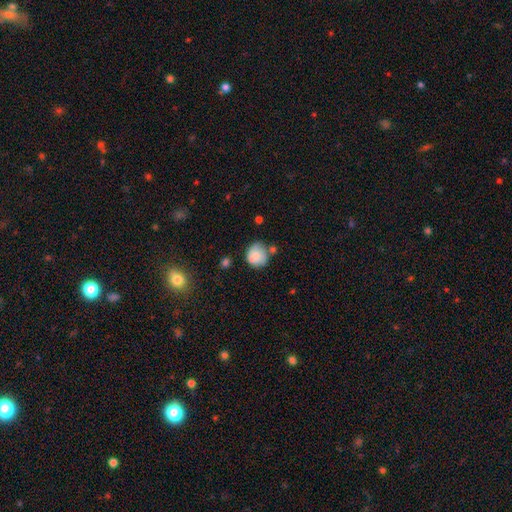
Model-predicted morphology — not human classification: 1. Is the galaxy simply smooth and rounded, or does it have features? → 77% smooth, 14% featured or disk, 8% star or artifact.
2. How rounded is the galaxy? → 82% round, 17% in between, 1% cigar-shaped.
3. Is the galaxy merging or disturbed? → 56% none, 25% minor disturbance, 13% merger, 6% major disturbance.